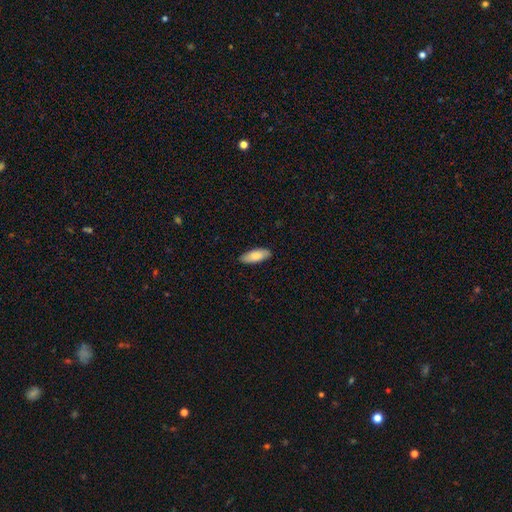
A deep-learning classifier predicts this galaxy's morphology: type=smooth (85%); roundness=in between (75%); merging=none (89%).